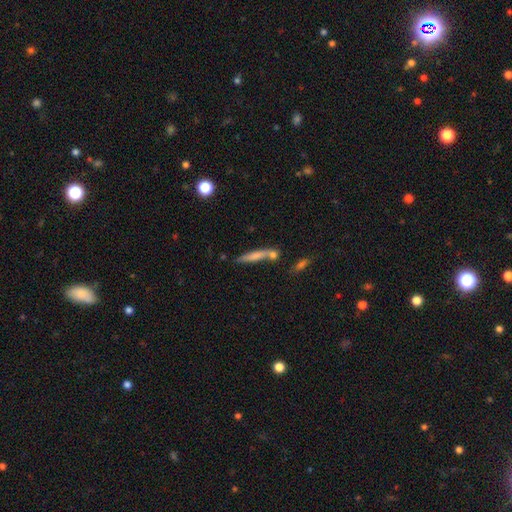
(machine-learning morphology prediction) smooth-or-featured: smooth: 66% | featured or disk: 26% | star or artifact: 8%
  how-rounded: cigar-shaped: 87% | in between: 11% | round: 2%
  merging: none: 57% | merger: 24% | minor disturbance: 14% | major disturbance: 5%